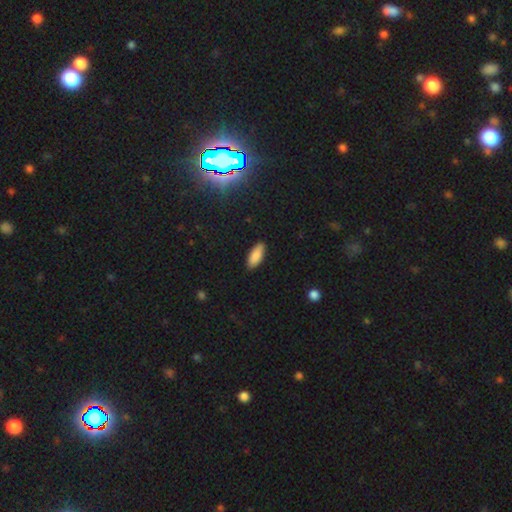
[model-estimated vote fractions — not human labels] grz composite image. It shows a smooth galaxy with no disk features (88%) that is in between round and cigar-shaped (81%). Merging: none (88%).